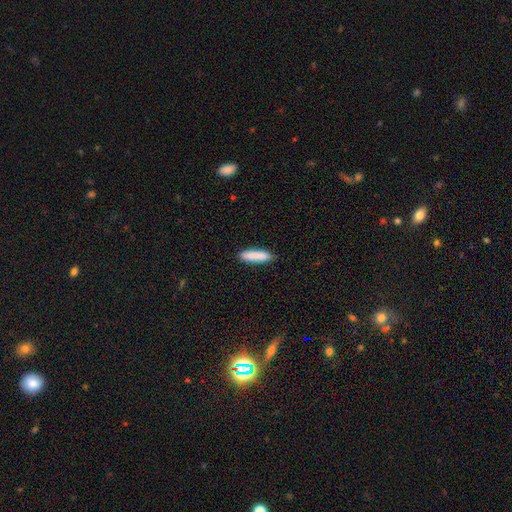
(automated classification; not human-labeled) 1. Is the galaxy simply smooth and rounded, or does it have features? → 86% smooth, 8% featured or disk, 6% star or artifact.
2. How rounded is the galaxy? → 77% cigar-shaped, 22% in between, 1% round.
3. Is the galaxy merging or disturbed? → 85% none, 12% minor disturbance, 2% major disturbance, 1% merger.